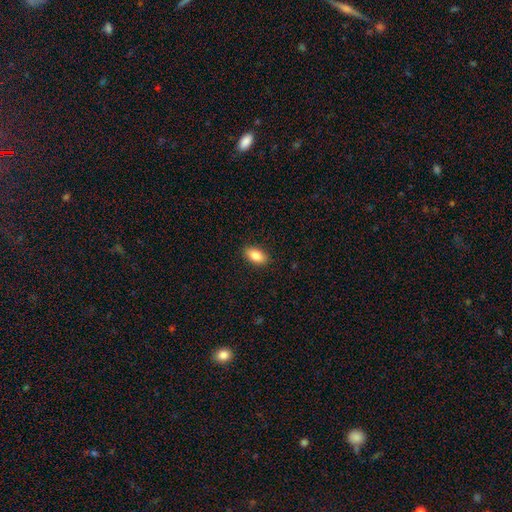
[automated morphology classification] A smooth galaxy with no disk features (86%) that is in between round and cigar-shaped (92%).

Vote fractions:
- Smooth or featured? smooth: 86% / featured or disk: 7% / star or artifact: 7%
- How rounded? in between: 92% / round: 5% / cigar-shaped: 3%
- Merging? none: 89% / minor disturbance: 8% / major disturbance: 2% / merger: 1%